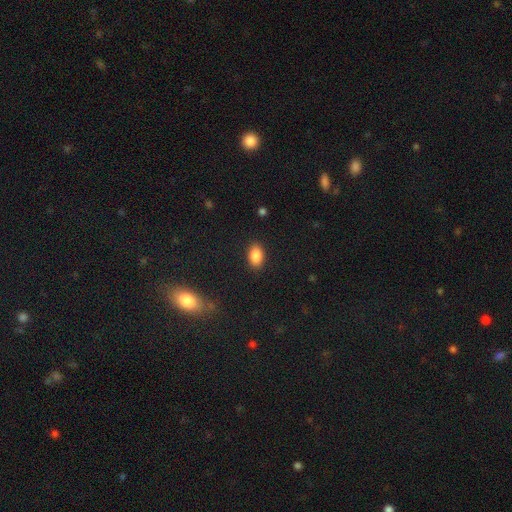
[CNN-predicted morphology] Smooth or featured?
  - smooth: 87% *
  - star or artifact: 8%
  - featured or disk: 5%
How rounded?
  - in between: 89% *
  - round: 9%
  - cigar-shaped: 2%
Merging?
  - none: 88% *
  - minor disturbance: 8%
  - major disturbance: 2%
  - merger: 1%